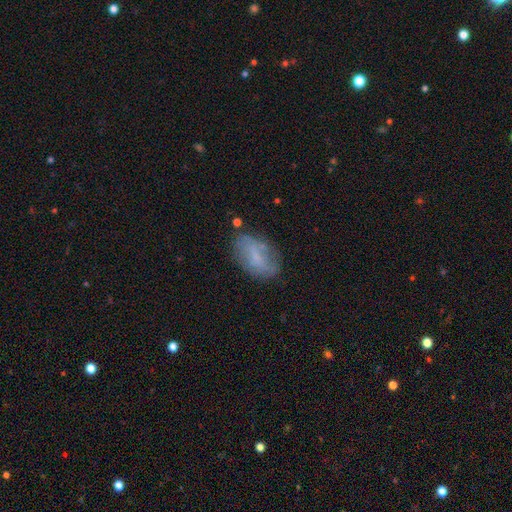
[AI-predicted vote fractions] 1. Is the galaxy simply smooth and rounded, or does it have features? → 56% smooth, 35% featured or disk, 9% star or artifact.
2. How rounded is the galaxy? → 91% in between, 6% round, 3% cigar-shaped.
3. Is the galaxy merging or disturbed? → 66% none, 23% minor disturbance, 8% major disturbance, 3% merger.